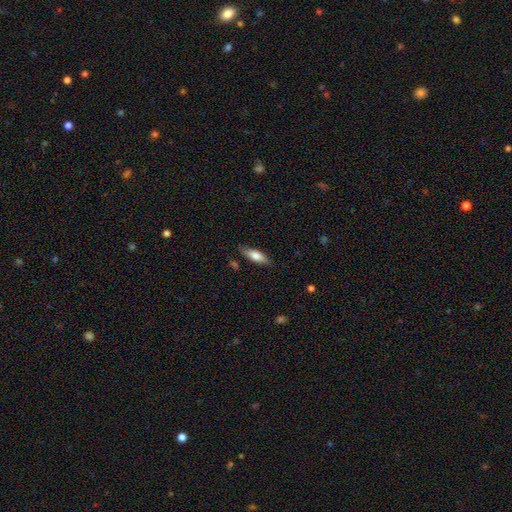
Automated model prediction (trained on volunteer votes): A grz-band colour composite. It shows a smooth galaxy with no disk features (70%) that is in between round and cigar-shaped (53%). Merging: none (81%).